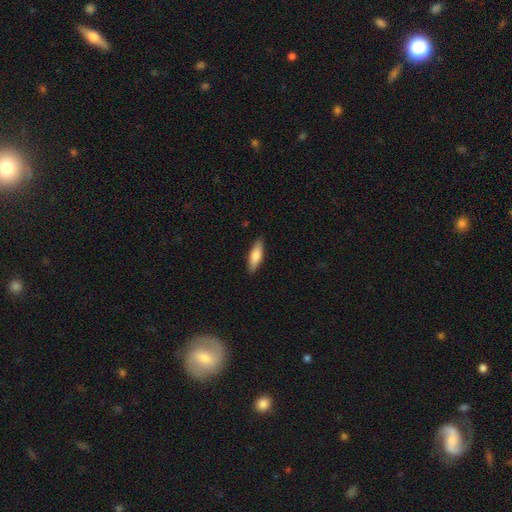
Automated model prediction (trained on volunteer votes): The model was most divided on "how rounded": in between: 55%, cigar-shaped: 43%, round: 2%. More confident: merging — none (87%); smooth or featured — smooth (80%).